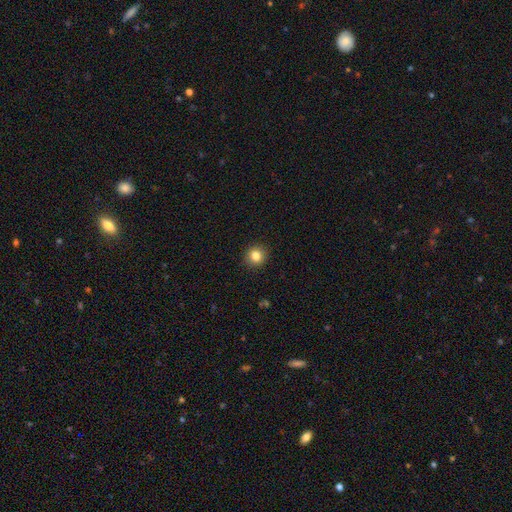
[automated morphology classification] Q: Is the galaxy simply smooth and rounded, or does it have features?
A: smooth — 84%.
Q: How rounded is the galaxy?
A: round — 89%.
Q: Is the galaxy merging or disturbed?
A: none — 91%.